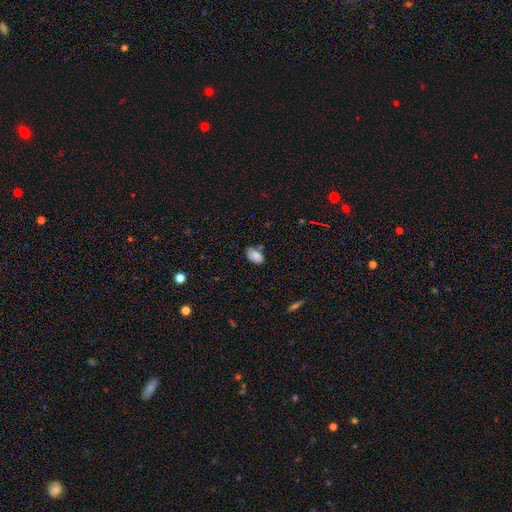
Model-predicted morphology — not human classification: Smooth or featured? smooth (81%)
How rounded? in between (91%)
Merging? none (67%)